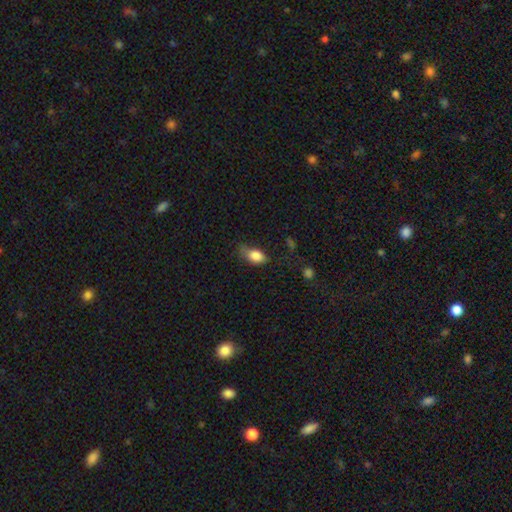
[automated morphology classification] A smooth galaxy with no disk features (83%) that is in between round and cigar-shaped (85%).

Vote fractions:
- Smooth or featured? smooth: 83% / star or artifact: 8% / featured or disk: 8%
- How rounded? in between: 85% / round: 12% / cigar-shaped: 3%
- Merging? none: 41% / minor disturbance: 39% / major disturbance: 17% / merger: 3%